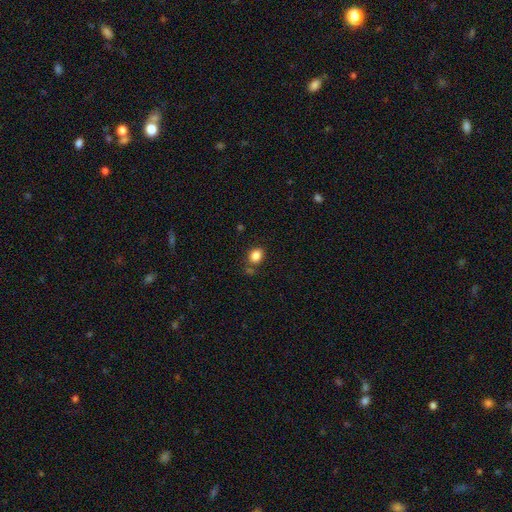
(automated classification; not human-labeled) smooth-or-featured: smooth: 85% | star or artifact: 10% | featured or disk: 5%
  how-rounded: round: 54% | in between: 45% | cigar-shaped: 1%
  merging: none: 76% | minor disturbance: 13% | merger: 8% | major disturbance: 4%